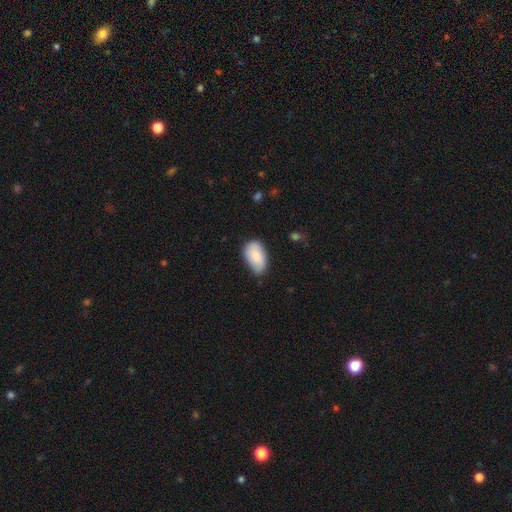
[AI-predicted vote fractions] smooth 86%, featured or disk 8%, star or artifact 6%. Down the decision tree: how rounded — in between (94%); merging — none (65%).